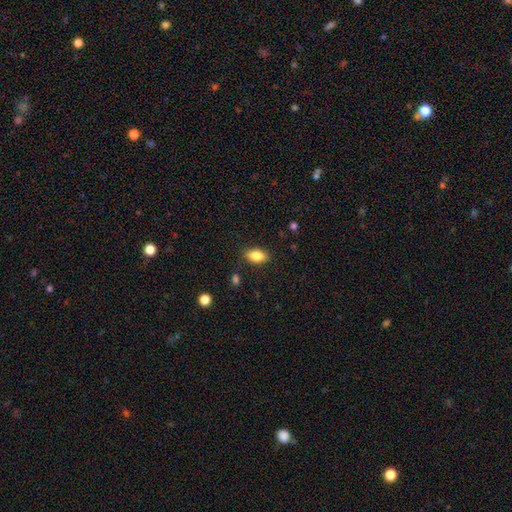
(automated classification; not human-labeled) A smooth galaxy with no disk features (84%) that is in between round and cigar-shaped (89%).

Vote fractions:
- Smooth or featured? smooth: 84% / featured or disk: 8% / star or artifact: 8%
- How rounded? in between: 89% / round: 6% / cigar-shaped: 5%
- Merging? none: 86% / minor disturbance: 10% / major disturbance: 2% / merger: 1%